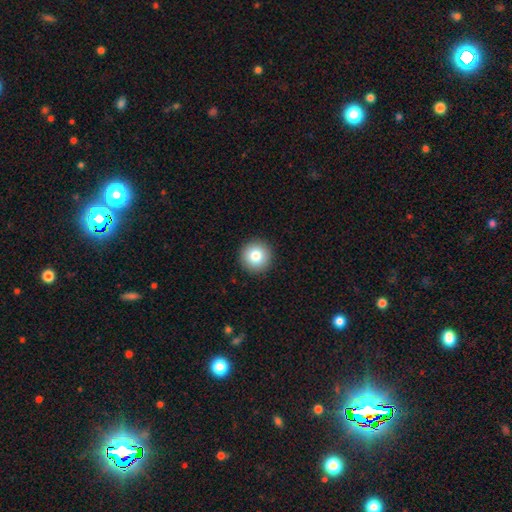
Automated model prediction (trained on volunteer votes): Smooth or featured? Predicted: smooth (p=0.82). How rounded? Predicted: round (p=0.96). Merging? Predicted: none (p=0.93).